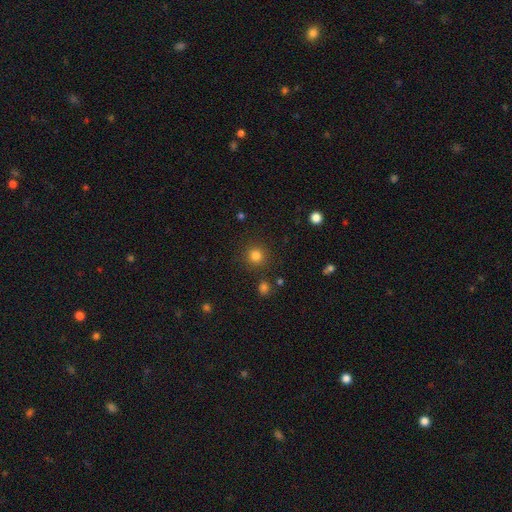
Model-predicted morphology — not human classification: type=smooth (81%); roundness=round (94%); merging=none (89%).